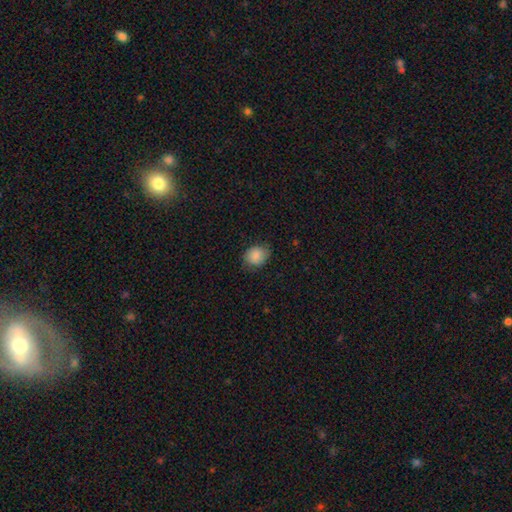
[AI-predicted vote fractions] Smooth or featured? Predicted: smooth (p=0.84). How rounded? Predicted: round (p=0.59). Merging? Predicted: none (p=0.73).